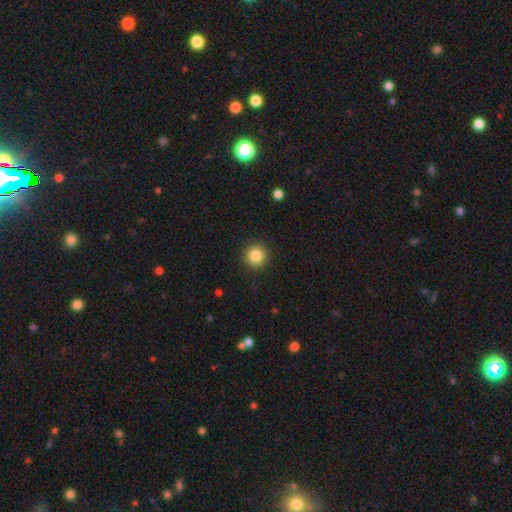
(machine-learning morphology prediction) This appears to be a smooth galaxy with no disk features (86%) that is round (94%). Merging: none (91%).